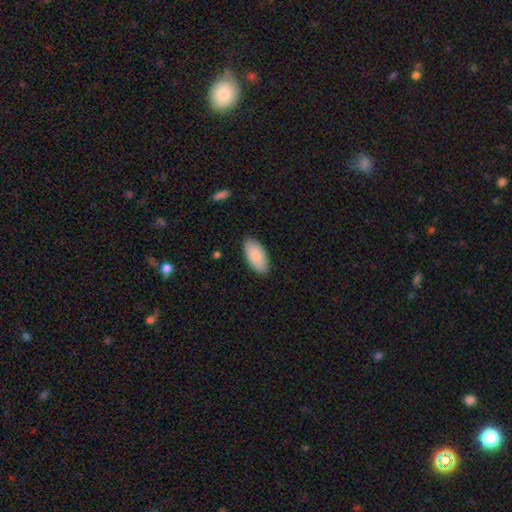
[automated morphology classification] smooth 84%, featured or disk 10%, star or artifact 6%. Down the decision tree: how rounded — in between (95%); merging — none (85%).